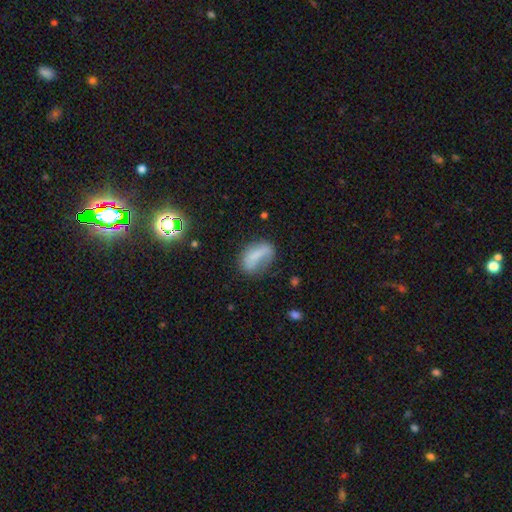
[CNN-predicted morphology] Smooth or featured?
  - smooth: 64% *
  - featured or disk: 25%
  - star or artifact: 11%
How rounded?
  - in between: 81% *
  - round: 11%
  - cigar-shaped: 9%
Merging?
  - none: 46% *
  - minor disturbance: 29%
  - major disturbance: 20%
  - merger: 5%